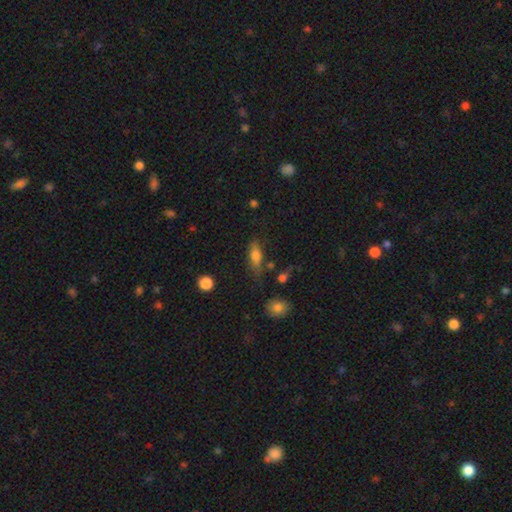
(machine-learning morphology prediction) smooth 72%, featured or disk 20%, star or artifact 9%. Down the decision tree: how rounded — in between (68%); merging — none (66%).